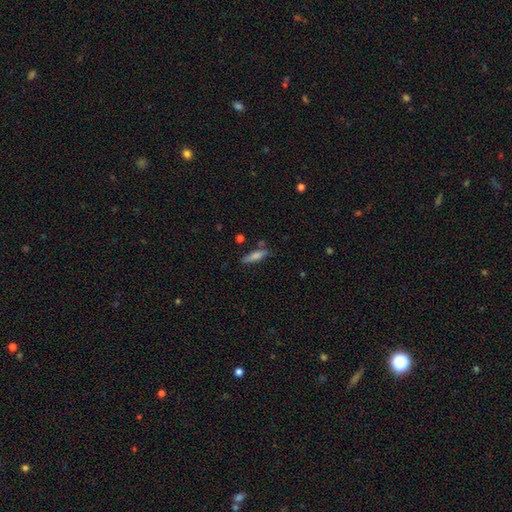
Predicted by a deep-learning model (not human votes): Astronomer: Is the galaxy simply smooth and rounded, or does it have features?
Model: smooth — 73%.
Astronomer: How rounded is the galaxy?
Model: cigar-shaped — 67%.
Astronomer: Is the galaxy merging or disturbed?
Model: none — 71%.